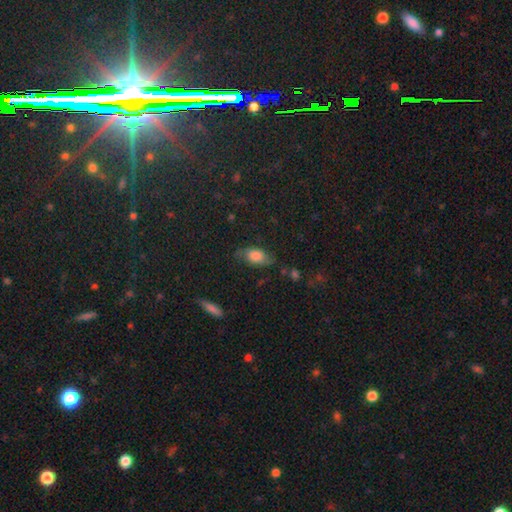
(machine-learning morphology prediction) A smooth galaxy with no disk features (64%) that is in between round and cigar-shaped (85%). Merging: none (64%).